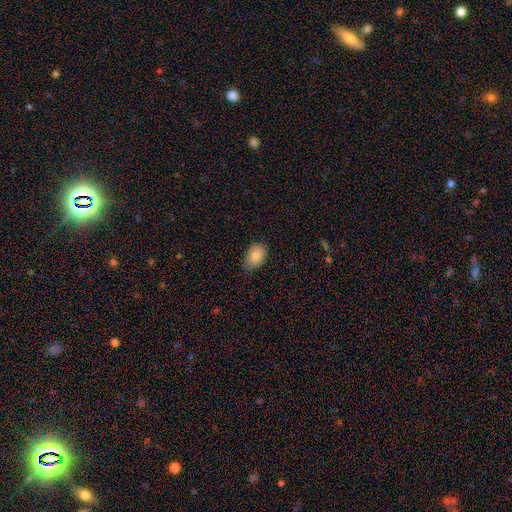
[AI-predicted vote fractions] Smooth or featured: smooth — 85% (star or artifact — 8%)
How rounded: in between — 79% (round — 19%)
Merging: none — 69% (minor disturbance — 26%)